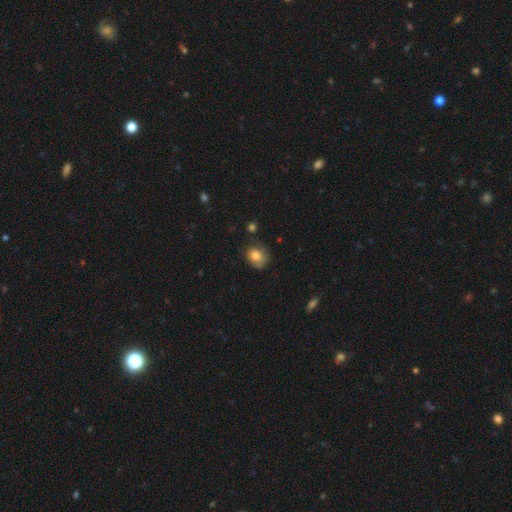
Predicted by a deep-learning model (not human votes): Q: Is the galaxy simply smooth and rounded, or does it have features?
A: smooth — 75%.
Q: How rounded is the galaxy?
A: round — 64%.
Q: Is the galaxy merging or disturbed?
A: none — 62%.